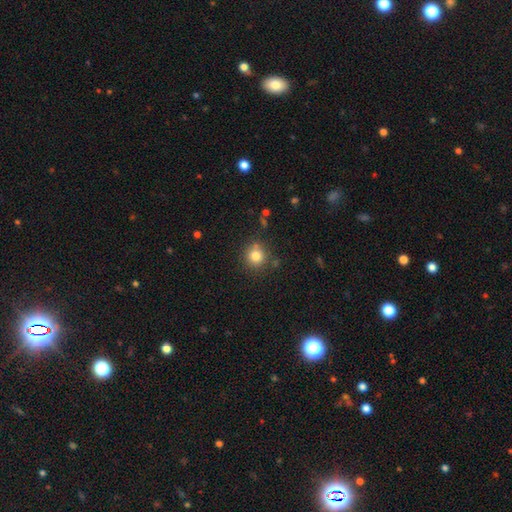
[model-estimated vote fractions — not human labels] Overall: smooth (81%). How rounded: round (91%). Merging: none (80%).